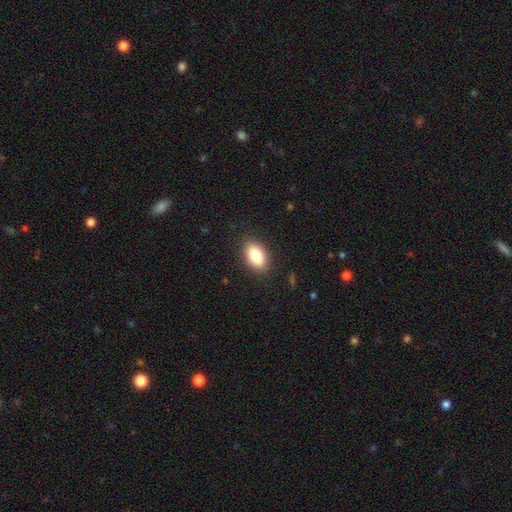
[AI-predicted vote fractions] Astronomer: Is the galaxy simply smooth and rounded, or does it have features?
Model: smooth — 81%.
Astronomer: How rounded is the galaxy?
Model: in between — 89%.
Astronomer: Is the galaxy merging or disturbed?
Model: none — 88%.